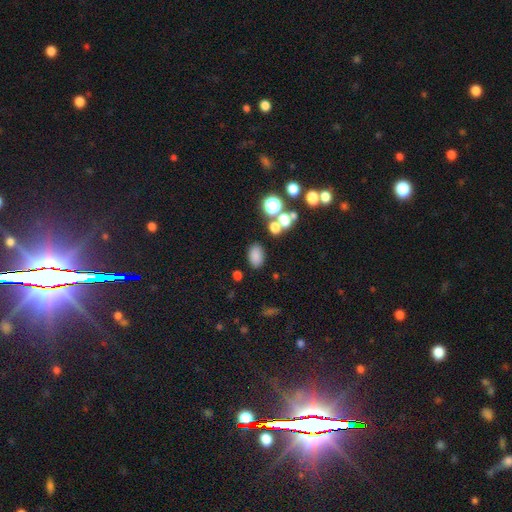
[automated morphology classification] Smooth or featured?
  - smooth: 80% *
  - star or artifact: 14%
  - featured or disk: 6%
How rounded?
  - in between: 85% *
  - round: 13%
  - cigar-shaped: 2%
Merging?
  - none: 80% *
  - minor disturbance: 10%
  - merger: 6%
  - major disturbance: 4%